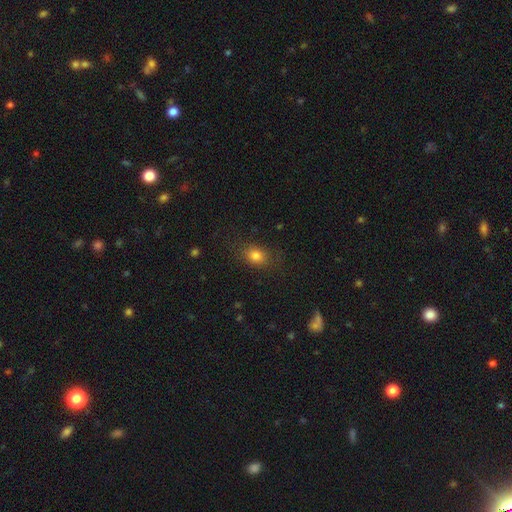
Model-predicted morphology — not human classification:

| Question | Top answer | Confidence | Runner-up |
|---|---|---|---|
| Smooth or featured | smooth | 80% | star or artifact (12%) |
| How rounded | in between | 62% | round (36%) |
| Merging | none | 80% | minor disturbance (14%) |